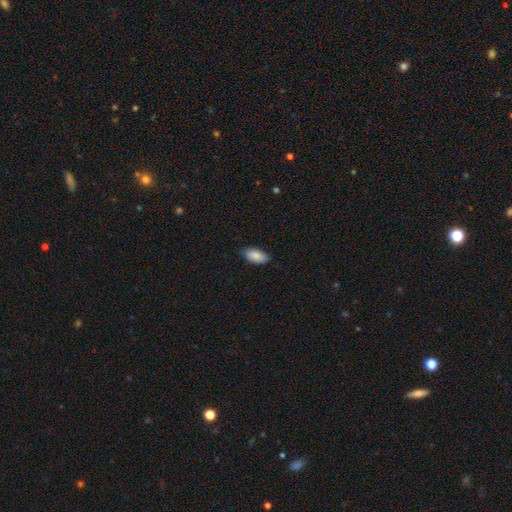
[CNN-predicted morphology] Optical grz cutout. It shows a smooth galaxy with no disk features (86%) that is in between round and cigar-shaped (93%). Merging: none (82%).